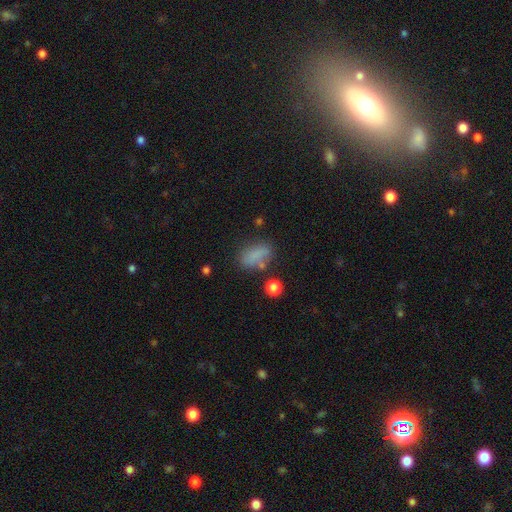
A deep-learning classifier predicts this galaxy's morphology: Smooth or featured? Predicted: smooth (p=0.74). How rounded? Predicted: in between (p=0.82). Merging? Predicted: none (p=0.59).